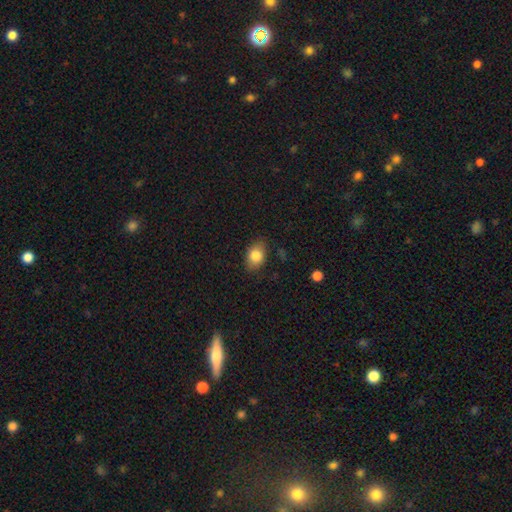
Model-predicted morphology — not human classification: type=smooth (82%); roundness=in between (77%); merging=none (80%).